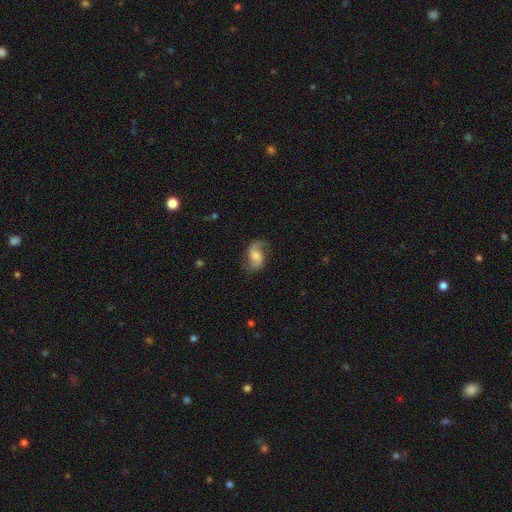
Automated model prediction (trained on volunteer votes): A featured or disk galaxy (79%) with no bar (51%), 2 (89%) loose (51%) spiral arms (96%) and a moderate central bulge (39%). Merging: none (74%).